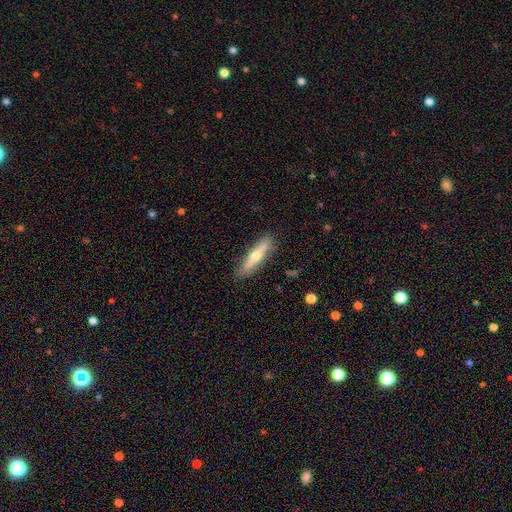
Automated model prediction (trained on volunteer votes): Overall: smooth (51%; featured or disk 44%). How rounded: cigar-shaped (77%). Merging: none (86%).